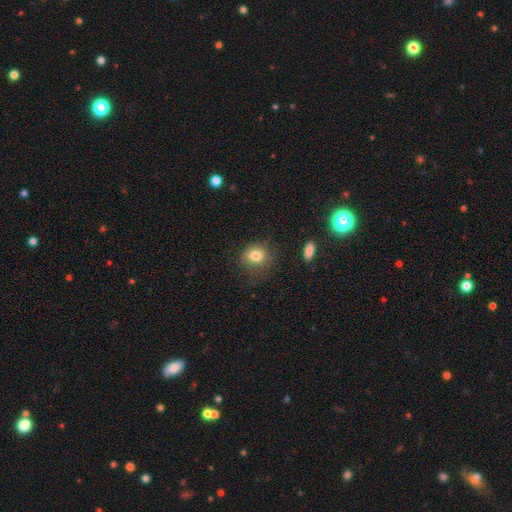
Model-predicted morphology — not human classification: Q: Smooth or featured?
A: smooth (81%); runner-up: star or artifact (11%)
Q: How rounded?
A: round (73%); runner-up: in between (26%)
Q: Merging?
A: none (74%); runner-up: minor disturbance (17%)